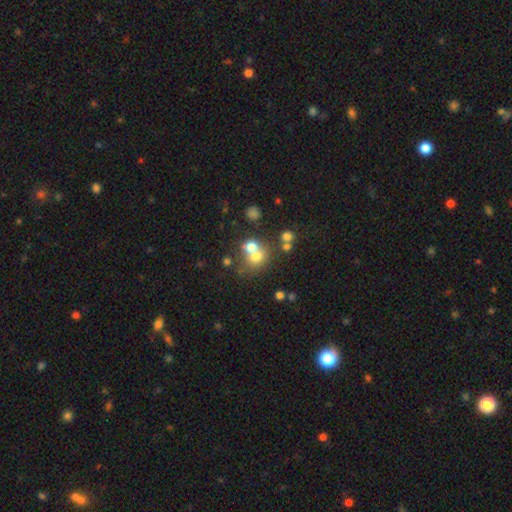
Q: Smooth or featured?
A: smooth (84%); runner-up: featured or disk (16%)
Q: How rounded?
A: round (61%); runner-up: in between (39%)
Q: Merging?
A: none (54%); runner-up: merger (32%)